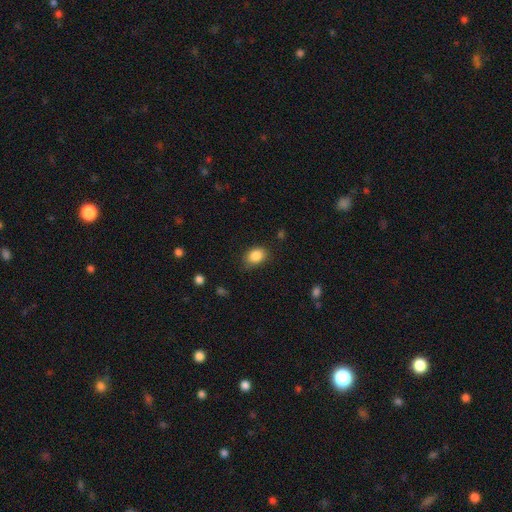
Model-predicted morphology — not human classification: smooth 87%, star or artifact 8%, featured or disk 5%. Down the decision tree: how rounded — in between (71%); merging — none (77%).